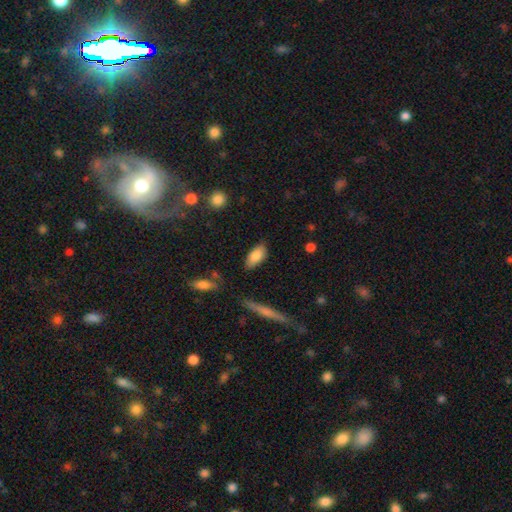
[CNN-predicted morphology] The model was most divided on "merging": none: 80%, minor disturbance: 14%, major disturbance: 3%, merger: 2%. More confident: how rounded — in between (87%); smooth or featured — smooth (83%).